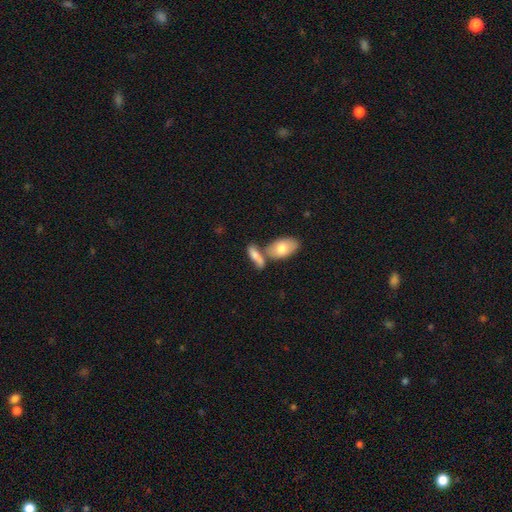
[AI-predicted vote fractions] Smooth or featured? smooth (72%)
How rounded? in between (75%)
Merging? merger (43%)